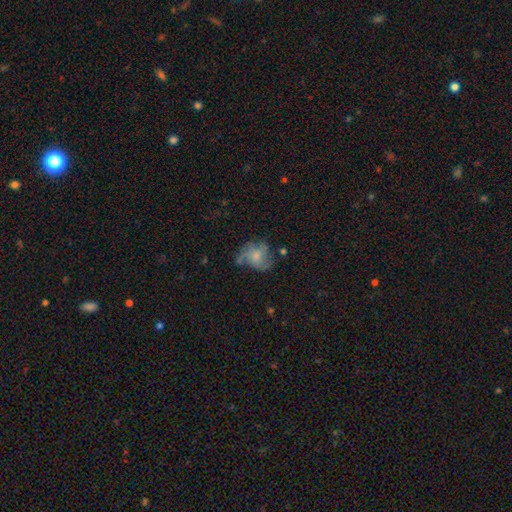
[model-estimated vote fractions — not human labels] featured or disk 54%, smooth 36%, star or artifact 10%. Down the decision tree: edge-on disk — no (98%); bar — no (78%); spiral arms — yes (74%); bulge size — small (49%); merging — none (45%).